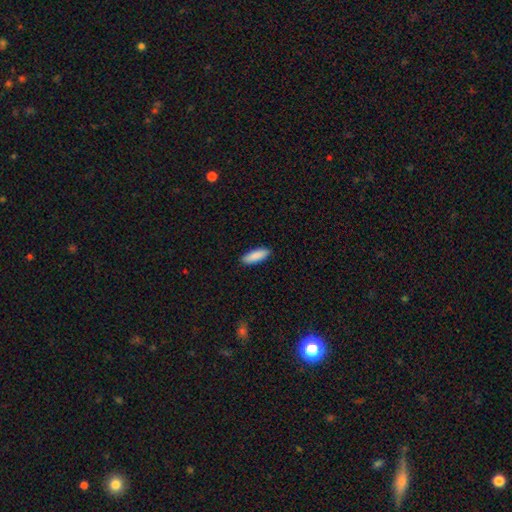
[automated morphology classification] Smooth or featured? smooth (90%)
How rounded? in between (53%)
Merging? none (90%)